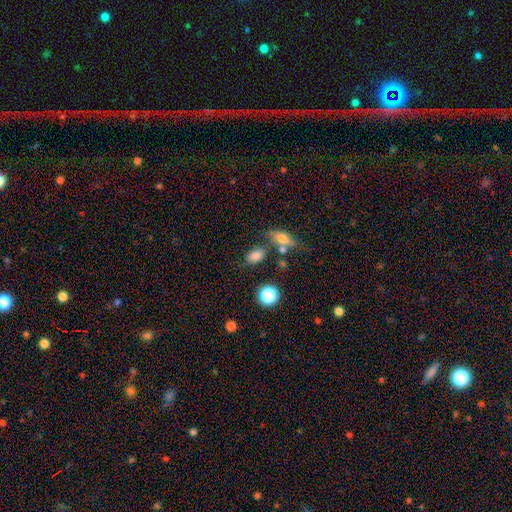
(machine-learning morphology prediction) The model was most divided on "merging": none: 67%, minor disturbance: 15%, merger: 12%, major disturbance: 6%. More confident: how rounded — in between (81%); smooth or featured — smooth (79%).